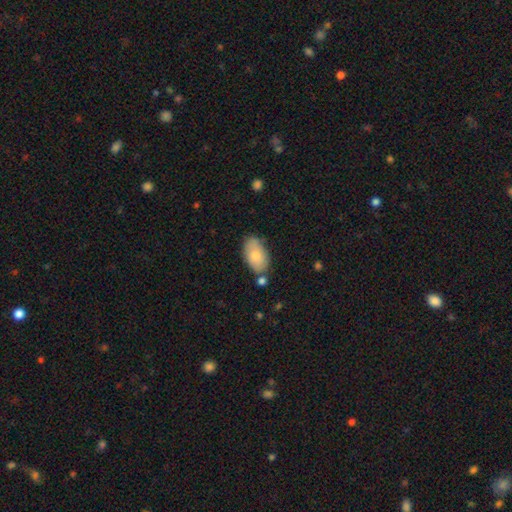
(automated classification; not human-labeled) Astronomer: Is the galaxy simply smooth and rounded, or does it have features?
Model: smooth — 80%.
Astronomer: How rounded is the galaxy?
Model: in between — 94%.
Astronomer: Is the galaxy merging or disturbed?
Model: none — 71%.